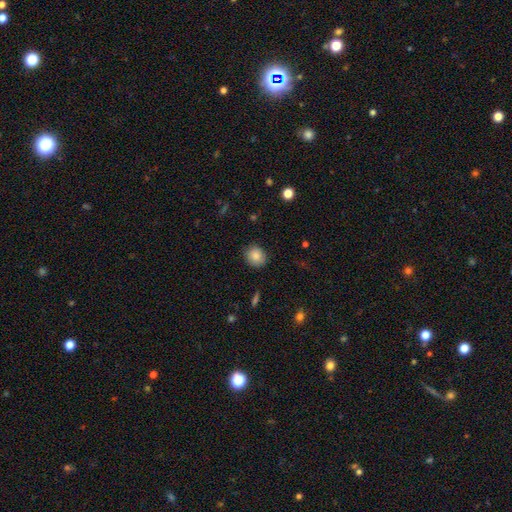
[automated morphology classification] Smooth or featured? Predicted: smooth (p=0.85). How rounded? Predicted: round (p=0.76). Merging? Predicted: none (p=0.85).